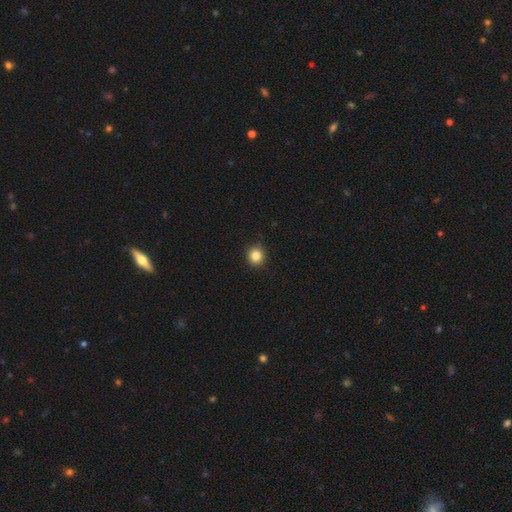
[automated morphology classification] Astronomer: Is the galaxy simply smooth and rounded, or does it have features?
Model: smooth — 85%.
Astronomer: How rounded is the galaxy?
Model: round — 92%.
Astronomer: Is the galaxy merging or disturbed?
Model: none — 91%.